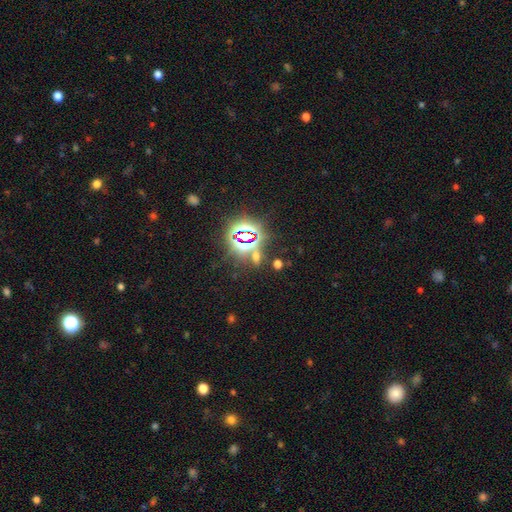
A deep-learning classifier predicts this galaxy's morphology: Smooth or featured: star or artifact — 66% (smooth — 26%)